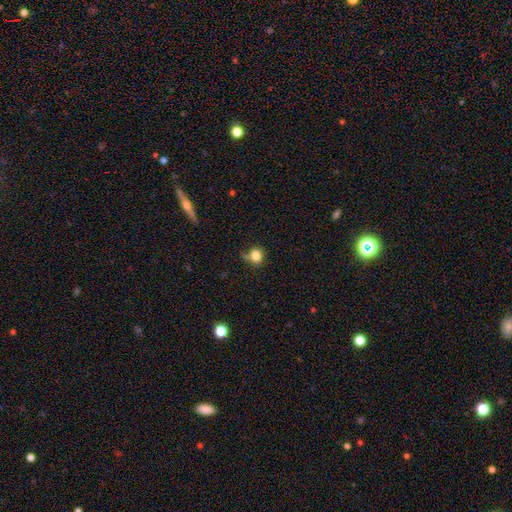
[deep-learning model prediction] Overall: smooth (81%). How rounded: round (79%). Merging: none (59%; minor disturbance 27%).